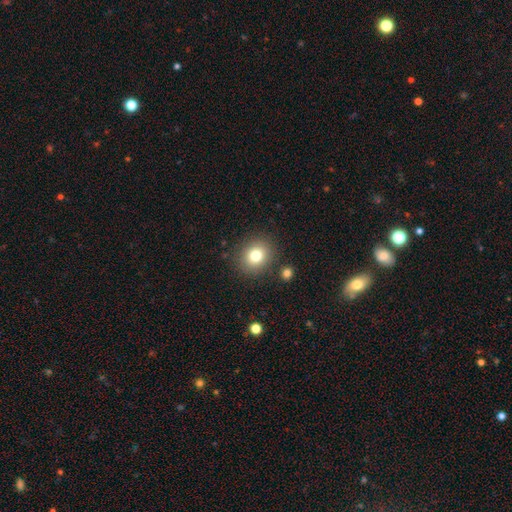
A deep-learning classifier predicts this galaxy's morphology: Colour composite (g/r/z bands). It shows a smooth galaxy with no disk features (78%) that is round (70%). Merging: none (85%).